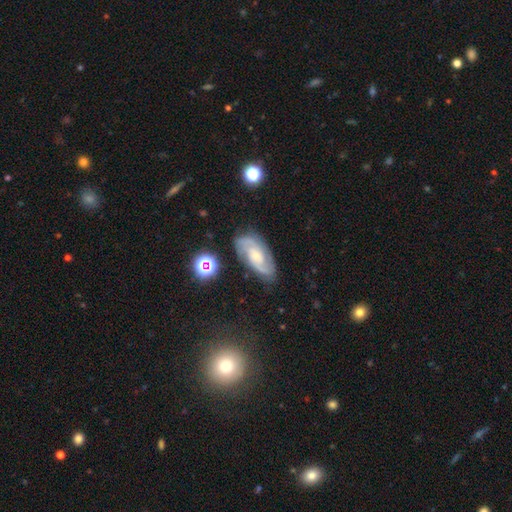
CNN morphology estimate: A featured or disk galaxy (77%) with no bar (56%), 2 (65%) medium (48%) spiral arms (95%) and a small central bulge (51%). Merging: none (76%).